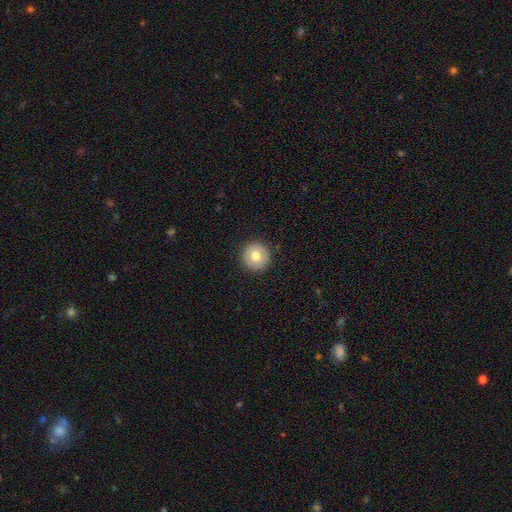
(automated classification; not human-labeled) Overall: smooth (77%). How rounded: round (94%). Merging: none (91%).